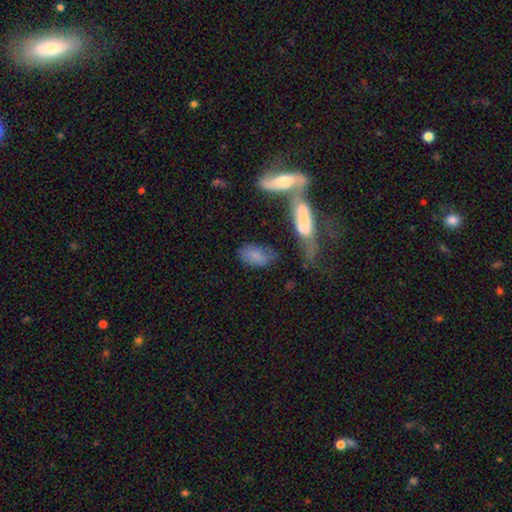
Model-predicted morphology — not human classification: Q: Smooth or featured?
A: smooth (72%); runner-up: featured or disk (19%)
Q: How rounded?
A: in between (89%); runner-up: cigar-shaped (7%)
Q: Merging?
A: none (47%); runner-up: minor disturbance (21%)